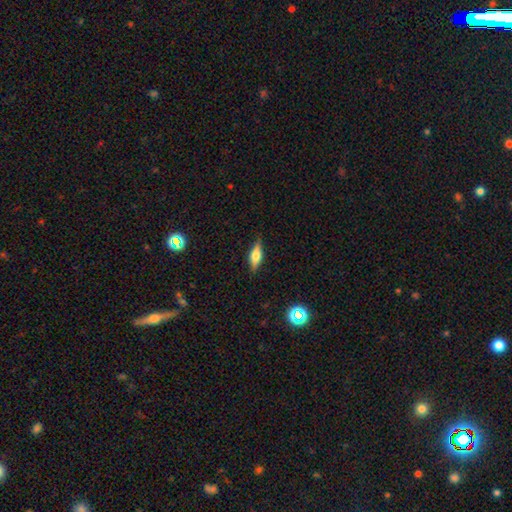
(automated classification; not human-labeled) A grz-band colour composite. It shows a smooth galaxy with no disk features (50%) that is in between round and cigar-shaped (55%). Merging: none (85%).